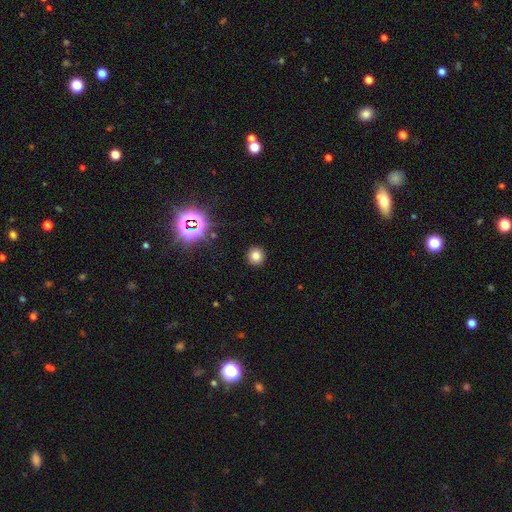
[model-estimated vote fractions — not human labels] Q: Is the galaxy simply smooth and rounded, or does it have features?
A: smooth — 76%.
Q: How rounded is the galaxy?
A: round — 93%.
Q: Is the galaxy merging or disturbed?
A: none — 92%.